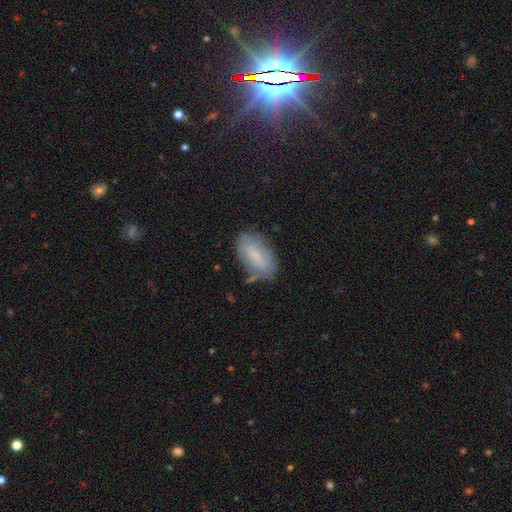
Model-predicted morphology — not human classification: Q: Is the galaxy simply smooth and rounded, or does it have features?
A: smooth — 65%.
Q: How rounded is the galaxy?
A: in between — 90%.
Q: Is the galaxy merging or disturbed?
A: none — 67%.